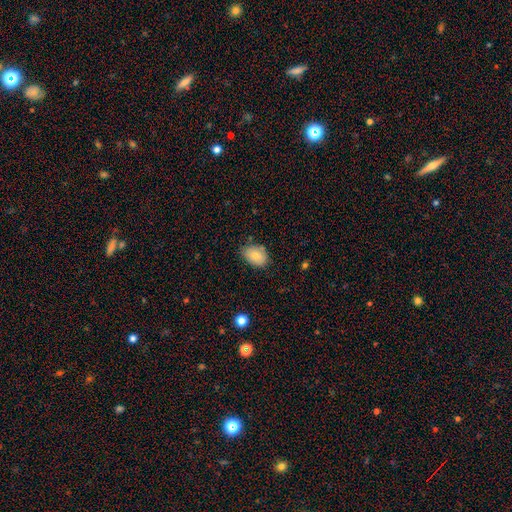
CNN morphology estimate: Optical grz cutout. It shows a smooth galaxy with no disk features (82%) that is in between round and cigar-shaped (82%). Merging: none (75%).